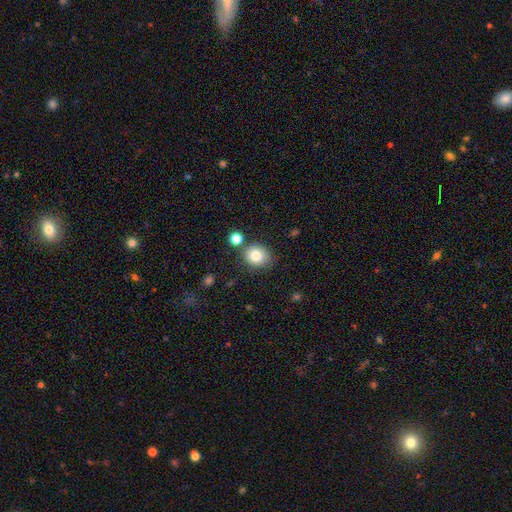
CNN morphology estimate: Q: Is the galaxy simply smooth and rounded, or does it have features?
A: smooth — 81%.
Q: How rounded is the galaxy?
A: round — 68%.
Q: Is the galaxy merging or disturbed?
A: none — 74%.